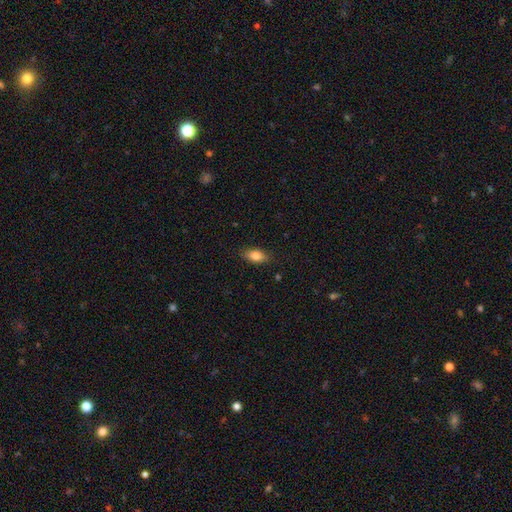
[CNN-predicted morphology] Smooth or featured: smooth — 82% (featured or disk — 10%)
How rounded: in between — 87% (cigar-shaped — 8%)
Merging: none — 85% (minor disturbance — 12%)